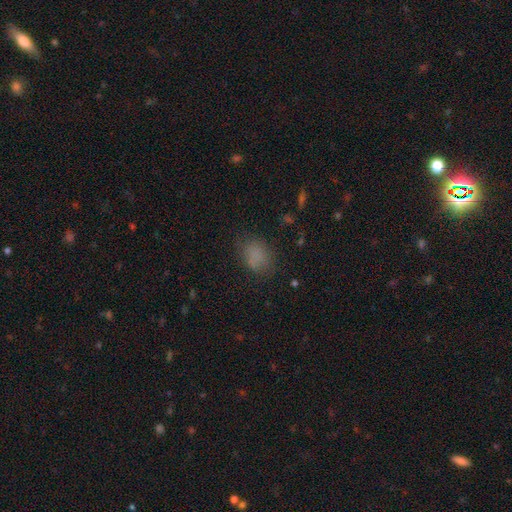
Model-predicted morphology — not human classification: A smooth galaxy with no disk features (79%) that is in between round and cigar-shaped (61%). Merging: none (72%).